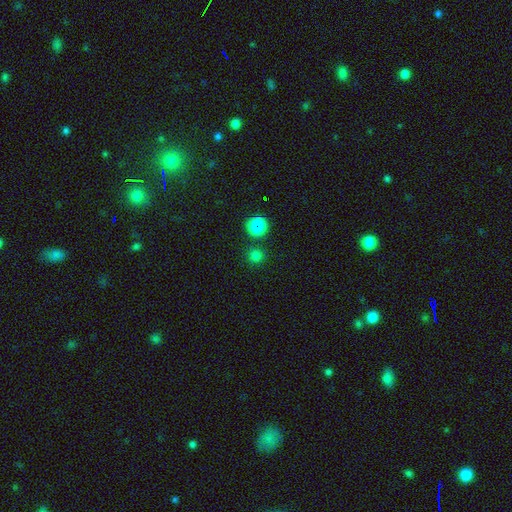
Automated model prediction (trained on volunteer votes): smooth 72%, star or artifact 23%, featured or disk 5%. Down the decision tree: how rounded — round (93%); merging — none (84%).